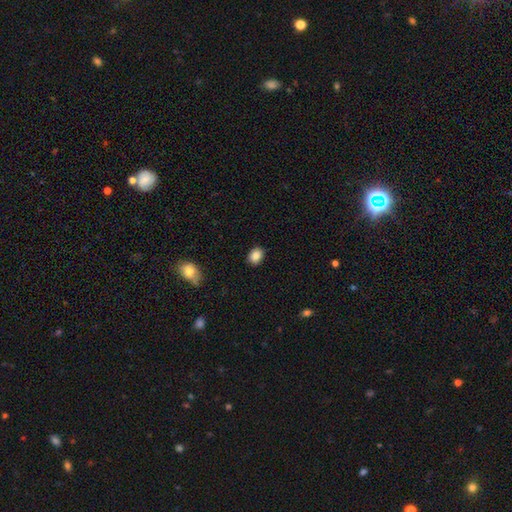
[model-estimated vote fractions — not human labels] Smooth or featured: smooth — 86% (star or artifact — 9%)
How rounded: in between — 59% (round — 40%)
Merging: none — 89% (minor disturbance — 8%)